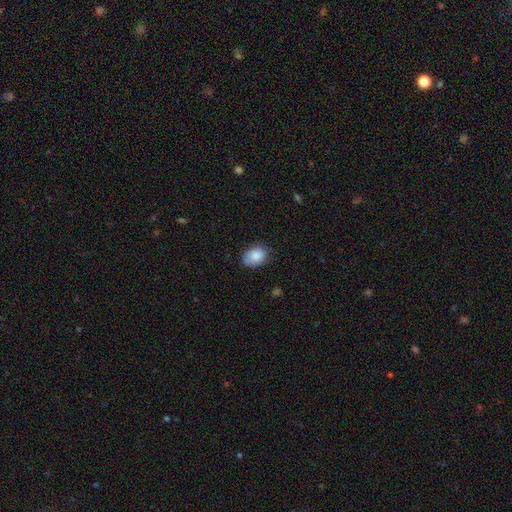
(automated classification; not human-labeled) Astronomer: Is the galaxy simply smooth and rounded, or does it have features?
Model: smooth — 85%.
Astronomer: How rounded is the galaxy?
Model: in between — 72%.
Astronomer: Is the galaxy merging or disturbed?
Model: none — 70%.